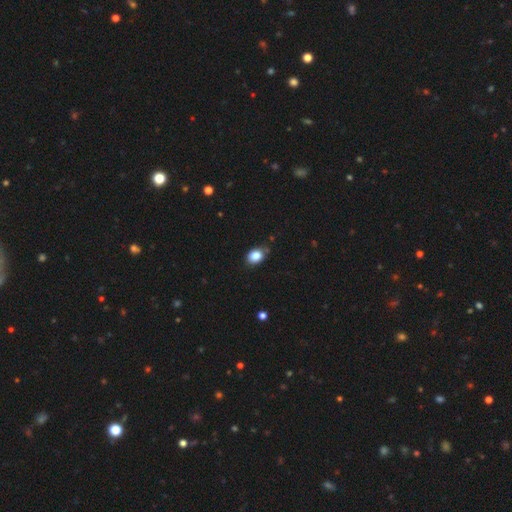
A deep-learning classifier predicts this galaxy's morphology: Smooth or featured: smooth — 84% (star or artifact — 9%)
How rounded: in between — 70% (round — 29%)
Merging: none — 75% (minor disturbance — 19%)